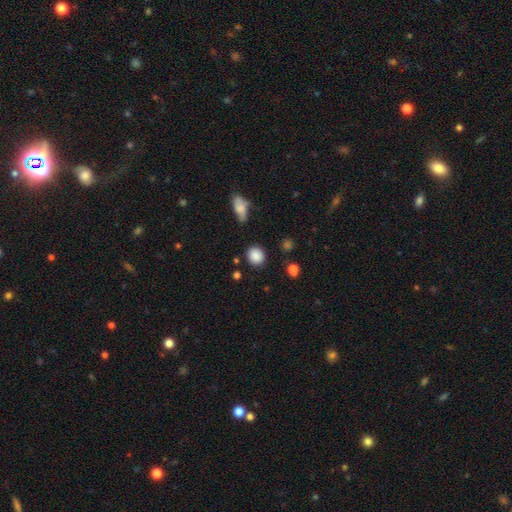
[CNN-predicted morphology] Overall: smooth (86%). How rounded: round (82%). Merging: none (85%).